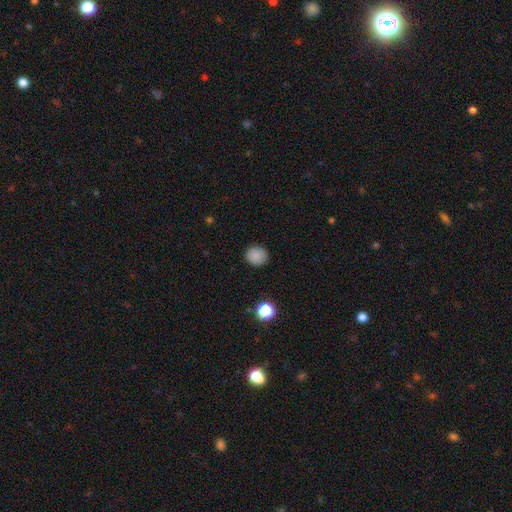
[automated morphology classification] type=smooth (85%); roundness=round (88%); merging=none (89%).